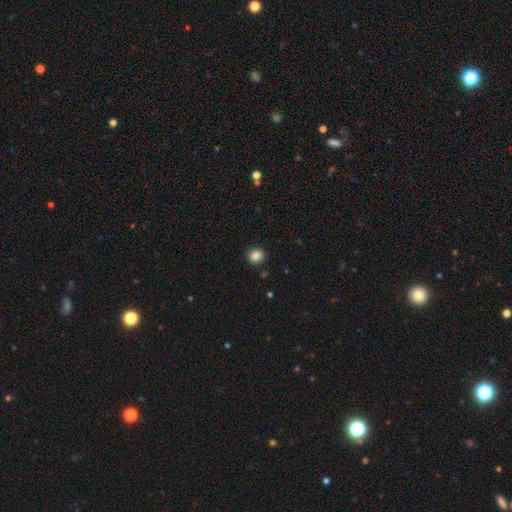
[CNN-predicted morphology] Smooth or featured? Predicted: smooth (p=0.85). How rounded? Predicted: round (p=0.91). Merging? Predicted: none (p=0.91).